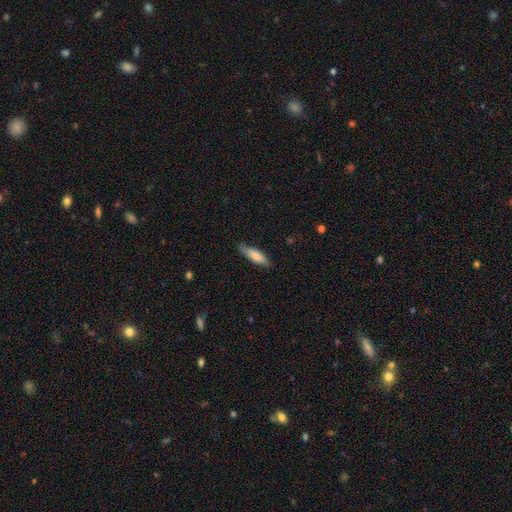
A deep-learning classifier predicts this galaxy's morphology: smooth_or_featured: smooth (p=0.79) [alt: featured or disk p=0.15]
how_rounded: cigar-shaped (p=0.59) [alt: in between p=0.40]
merging: none (p=0.80) [alt: minor disturbance p=0.16]